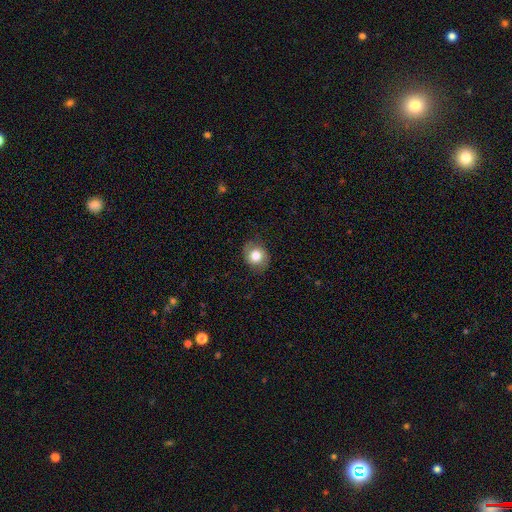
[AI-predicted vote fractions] Overall: smooth (73%). How rounded: round (65%; in between 34%). Merging: none (78%).